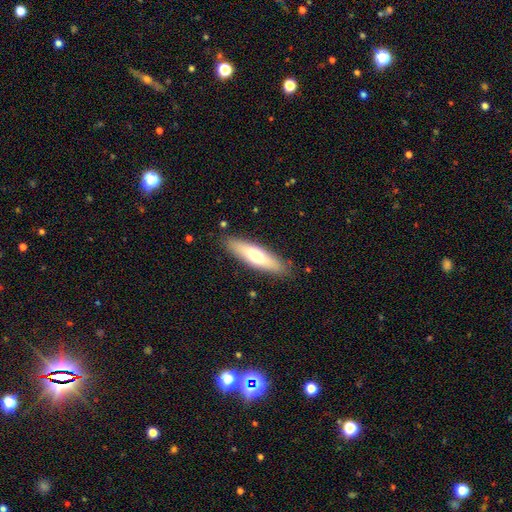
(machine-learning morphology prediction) A smooth galaxy with no disk features (63%) that is cigar-shaped (66%). Merging: none (87%).